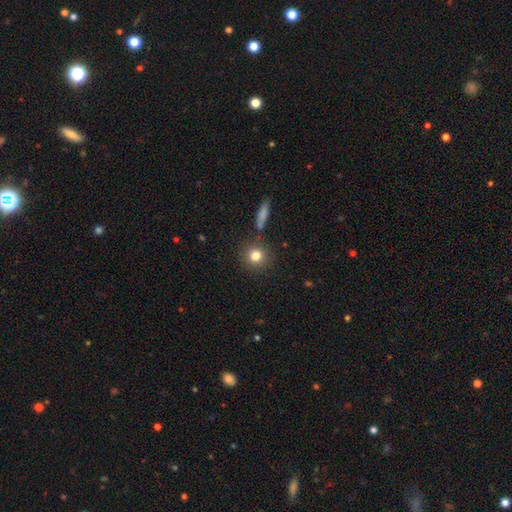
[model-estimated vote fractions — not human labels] smooth-or-featured: smooth: 80% | star or artifact: 11% | featured or disk: 9%
  how-rounded: round: 89% | in between: 9% | cigar-shaped: 1%
  merging: none: 85% | minor disturbance: 8% | merger: 5% | major disturbance: 3%